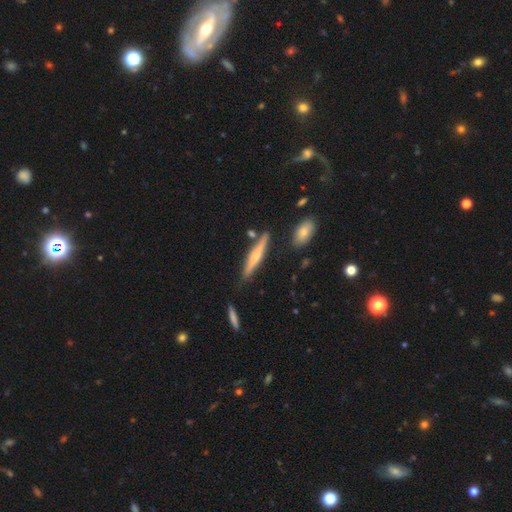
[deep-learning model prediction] This appears to be a featured or disk galaxy (49%). Merging: none (80%).